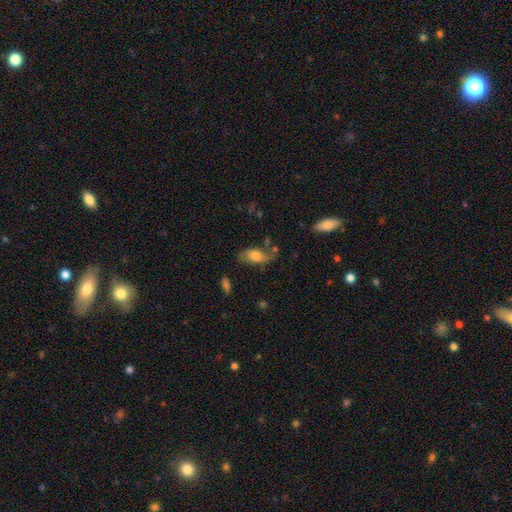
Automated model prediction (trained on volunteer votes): A smooth galaxy with no disk features (47%).

Vote fractions:
- Smooth or featured? smooth: 47% / featured or disk: 45% / star or artifact: 9%
- Merging? none: 53% / minor disturbance: 26% / major disturbance: 14% / merger: 7%